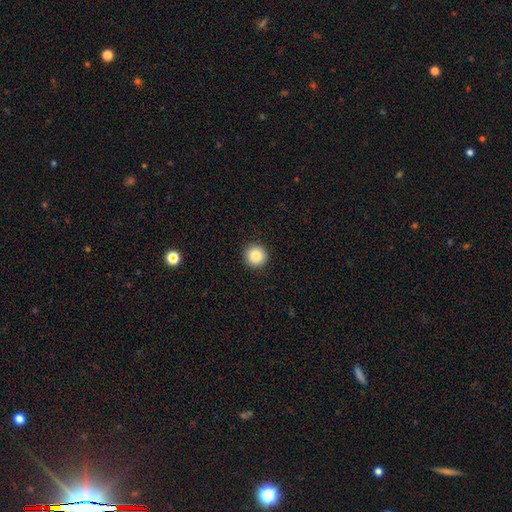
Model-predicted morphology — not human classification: smooth-or-featured: smooth: 87% | star or artifact: 9% | featured or disk: 4%
  how-rounded: round: 96% | in between: 3% | cigar-shaped: 1%
  merging: none: 93% | minor disturbance: 5% | major disturbance: 2% | merger: 1%